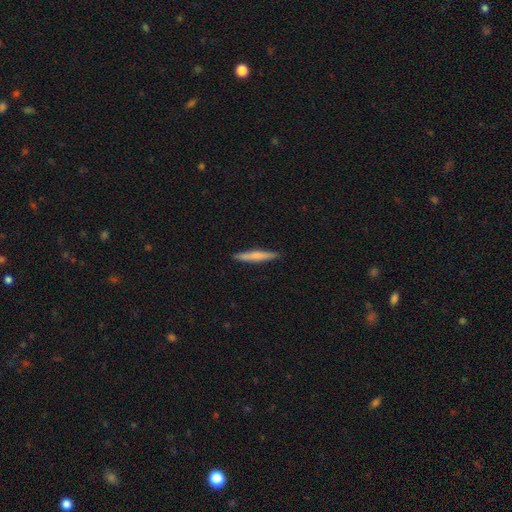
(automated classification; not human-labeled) Smooth or featured?
  - smooth: 66% *
  - featured or disk: 29%
  - star or artifact: 6%
How rounded?
  - cigar-shaped: 94% *
  - in between: 4%
  - round: 1%
Merging?
  - none: 91% *
  - minor disturbance: 7%
  - major disturbance: 1%
  - merger: 1%